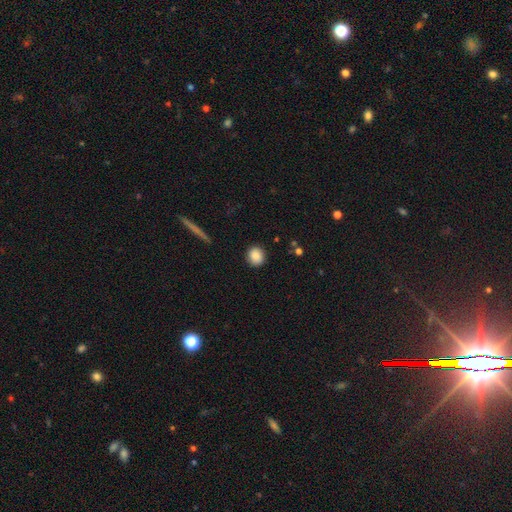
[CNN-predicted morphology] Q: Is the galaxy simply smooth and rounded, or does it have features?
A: smooth — 86%.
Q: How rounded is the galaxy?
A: round — 86%.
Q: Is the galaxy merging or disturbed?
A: none — 90%.